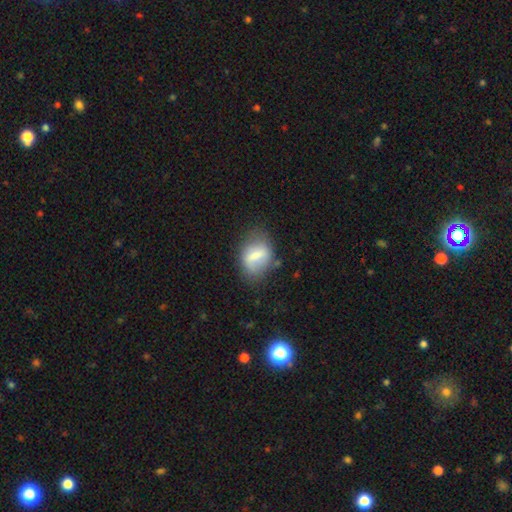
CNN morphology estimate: Smooth or featured?
  - smooth: 61% *
  - featured or disk: 30%
  - star or artifact: 8%
How rounded?
  - in between: 73% *
  - round: 24%
  - cigar-shaped: 3%
Merging?
  - none: 56% *
  - minor disturbance: 27%
  - major disturbance: 13%
  - merger: 5%